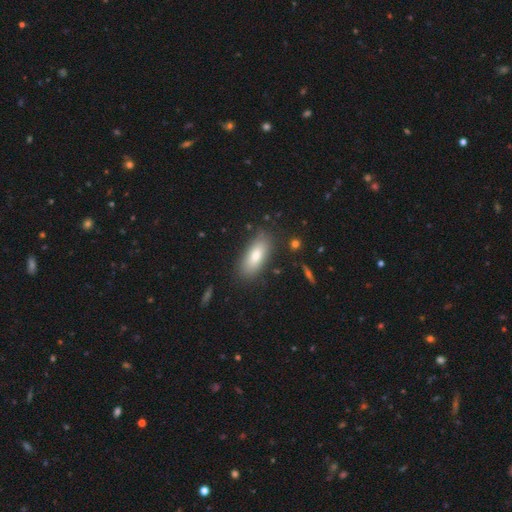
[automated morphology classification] This appears to be a smooth galaxy with no disk features (79%) that is in between round and cigar-shaped (80%). Merging: none (82%).